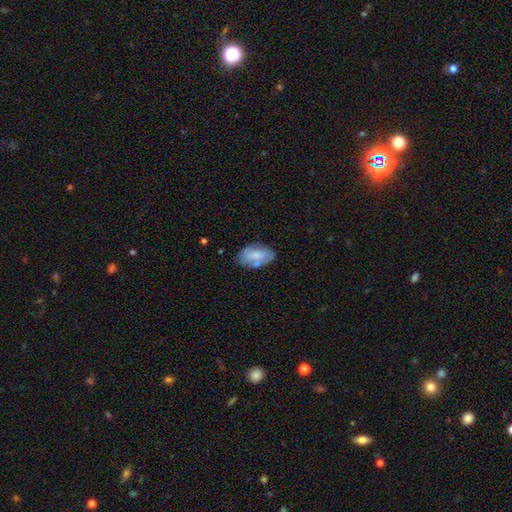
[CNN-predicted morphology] smooth 62%, featured or disk 30%, star or artifact 7%. Down the decision tree: how rounded — in between (93%); merging — none (58%).